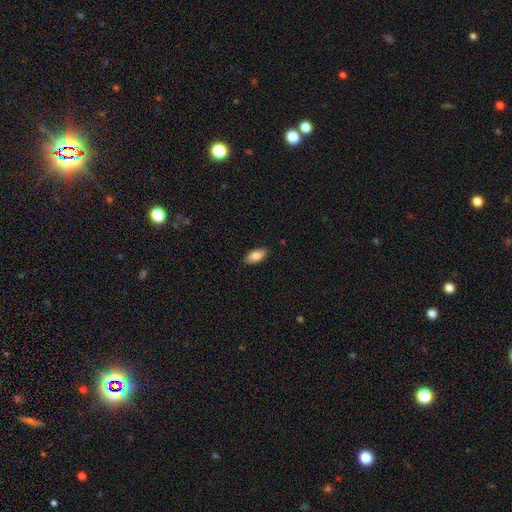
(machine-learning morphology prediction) smooth-or-featured: smooth: 86% | featured or disk: 7% | star or artifact: 7%
  how-rounded: in between: 91% | cigar-shaped: 6% | round: 2%
  merging: none: 87% | minor disturbance: 10% | major disturbance: 2% | merger: 1%